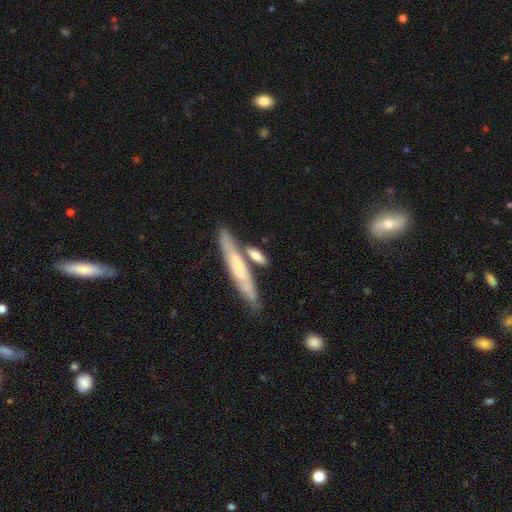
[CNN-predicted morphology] A smooth galaxy with no disk features (58%) that is cigar-shaped (66%). Merging: none (56%).